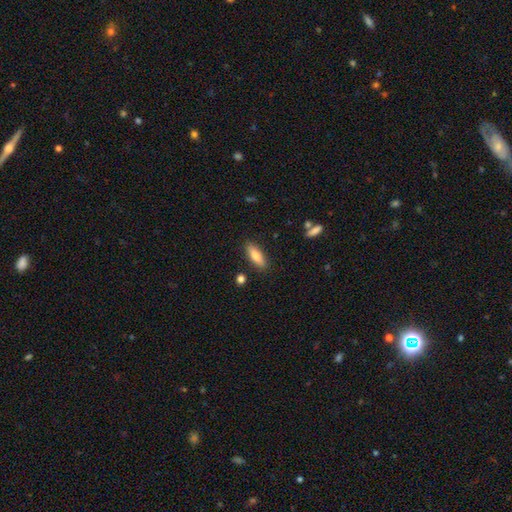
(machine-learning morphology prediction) A smooth galaxy with no disk features (78%) that is in between round and cigar-shaped (57%).

Vote fractions:
- Smooth or featured? smooth: 78% / featured or disk: 16% / star or artifact: 6%
- How rounded? in between: 57% / cigar-shaped: 41% / round: 2%
- Merging? none: 87% / minor disturbance: 9% / merger: 2% / major disturbance: 2%